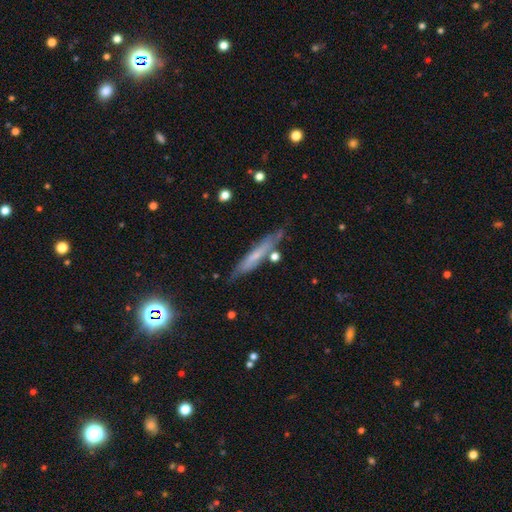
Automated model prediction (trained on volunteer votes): Smooth or featured: featured or disk — 48% (smooth — 45%)
Merging: none — 71% (minor disturbance — 19%)